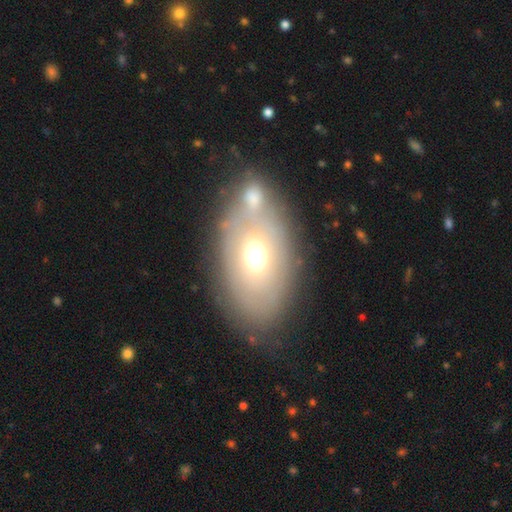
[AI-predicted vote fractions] smooth 57%, featured or disk 33%, star or artifact 10%. Down the decision tree: how rounded — in between (86%); merging — none (52%).